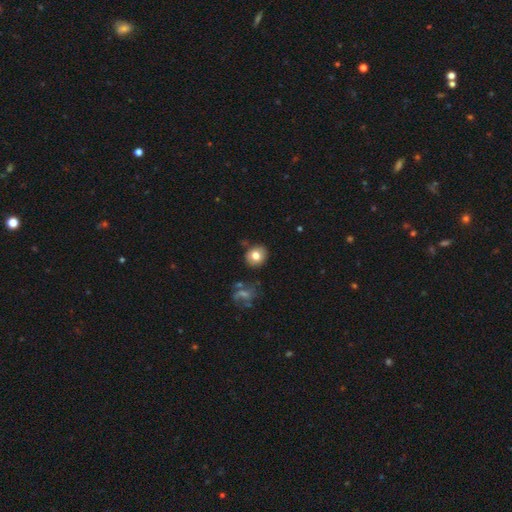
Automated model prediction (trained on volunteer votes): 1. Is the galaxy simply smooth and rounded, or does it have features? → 78% smooth, 12% featured or disk, 10% star or artifact.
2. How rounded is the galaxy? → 81% round, 18% in between, 1% cigar-shaped.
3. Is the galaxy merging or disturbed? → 83% none, 11% minor disturbance, 4% merger, 3% major disturbance.